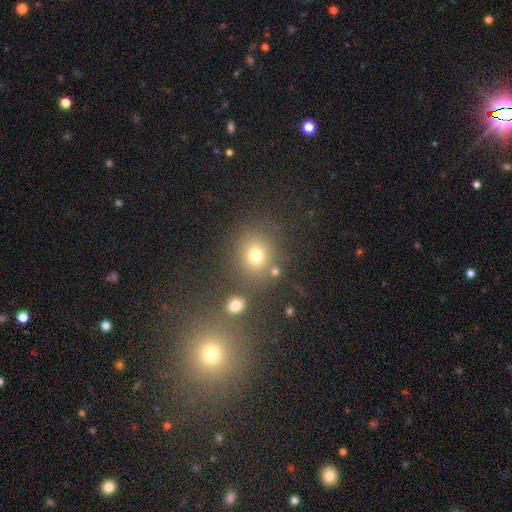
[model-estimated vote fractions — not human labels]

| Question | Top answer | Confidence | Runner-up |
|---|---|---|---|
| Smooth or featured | smooth | 71% | star or artifact (19%) |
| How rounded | round | 79% | in between (20%) |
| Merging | none | 72% | merger (13%) |